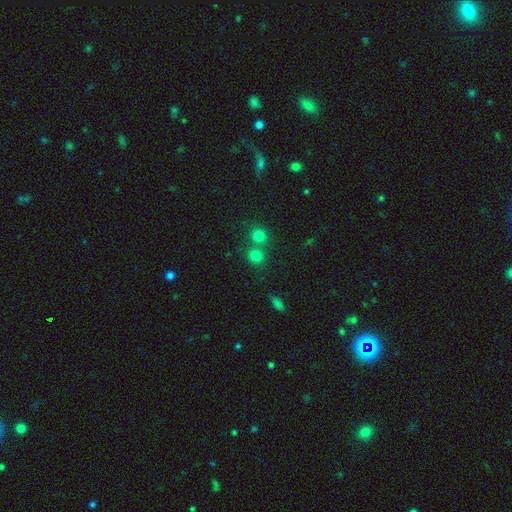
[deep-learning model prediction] A smooth galaxy with no disk features (78%) that is round (84%).

Vote fractions:
- Smooth or featured? smooth: 78% / star or artifact: 15% / featured or disk: 7%
- How rounded? round: 84% / in between: 15% / cigar-shaped: 1%
- Merging? none: 57% / merger: 33% / minor disturbance: 7% / major disturbance: 3%